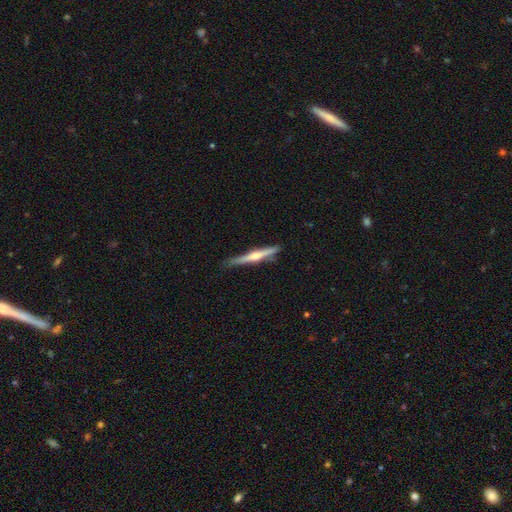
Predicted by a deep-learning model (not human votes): The model was most divided on "smooth or featured": featured or disk: 70%, smooth: 25%, star or artifact: 5%. More confident: edge-on disk — yes (98%); edge-on bulge — rounded (85%); merging — none (84%).